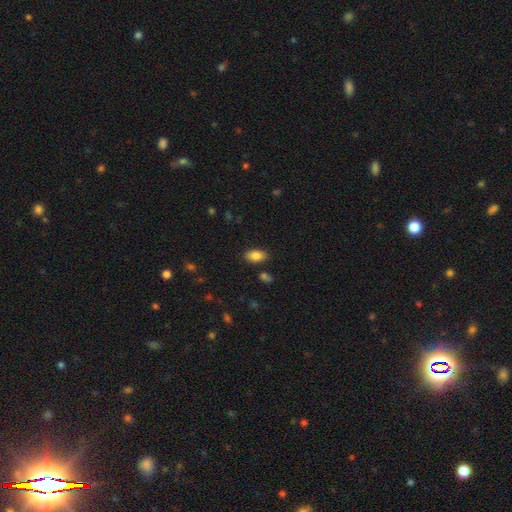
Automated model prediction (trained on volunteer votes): The model was most divided on "merging": none: 85%, minor disturbance: 10%, merger: 3%, major disturbance: 2%. More confident: how rounded — in between (92%); smooth or featured — smooth (84%).